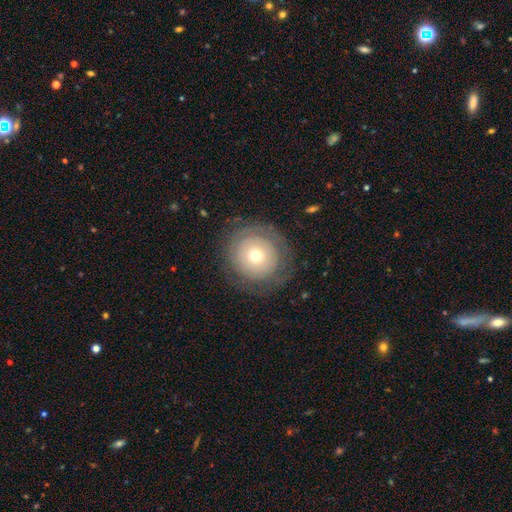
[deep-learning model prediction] A smooth galaxy with no disk features (46%). Merging: none (79%).